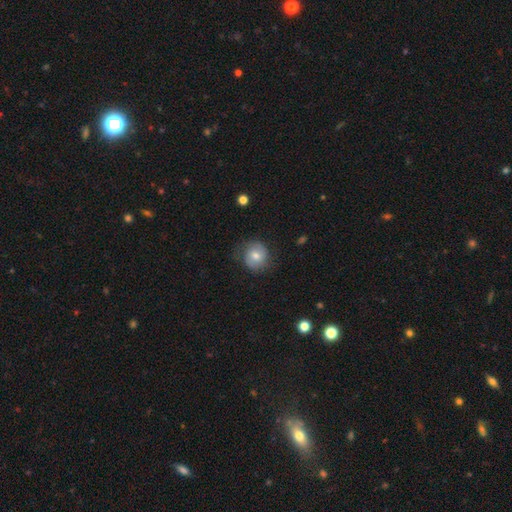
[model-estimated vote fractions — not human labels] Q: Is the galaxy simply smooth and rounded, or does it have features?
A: smooth — 67%.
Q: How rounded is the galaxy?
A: round — 85%.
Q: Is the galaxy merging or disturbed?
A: none — 70%.